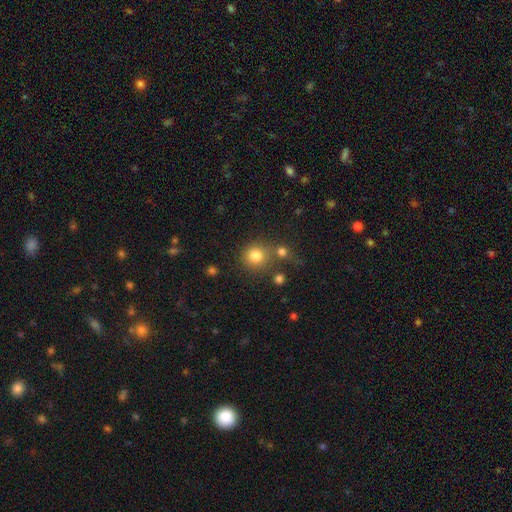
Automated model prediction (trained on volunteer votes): Smooth or featured: smooth — 81% (star or artifact — 12%)
How rounded: round — 90% (in between — 9%)
Merging: none — 68% (merger — 17%)